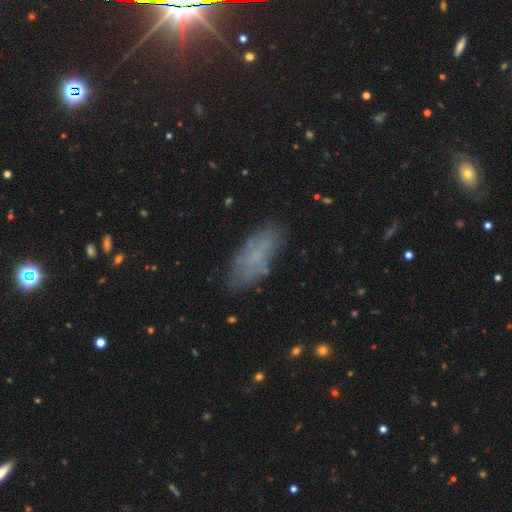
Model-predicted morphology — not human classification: smooth 50%, featured or disk 35%, star or artifact 16%. Down the decision tree: merging — none (76%).